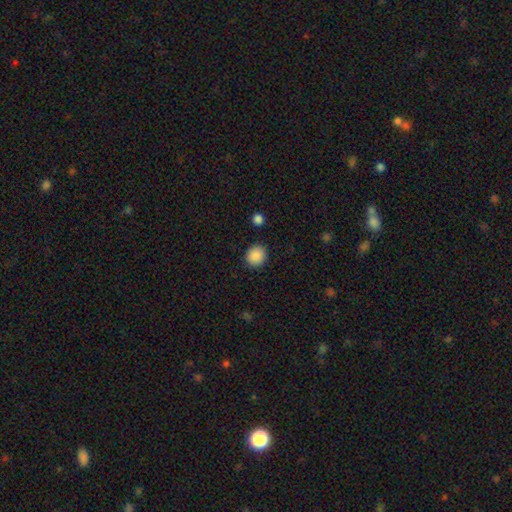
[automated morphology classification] type=smooth (89%); roundness=round (86%); merging=none (90%).